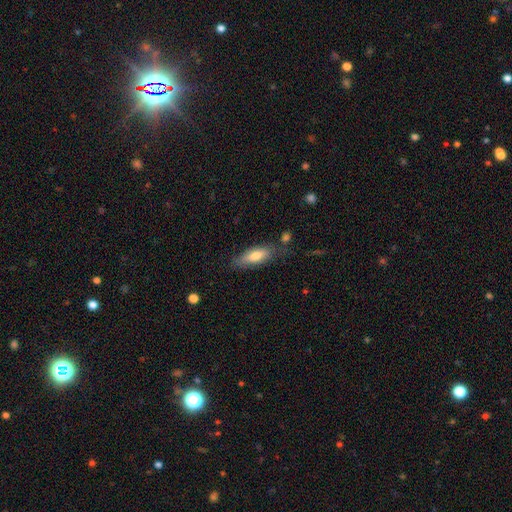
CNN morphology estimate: type=smooth (72%); roundness=in between (61%); merging=none (69%).